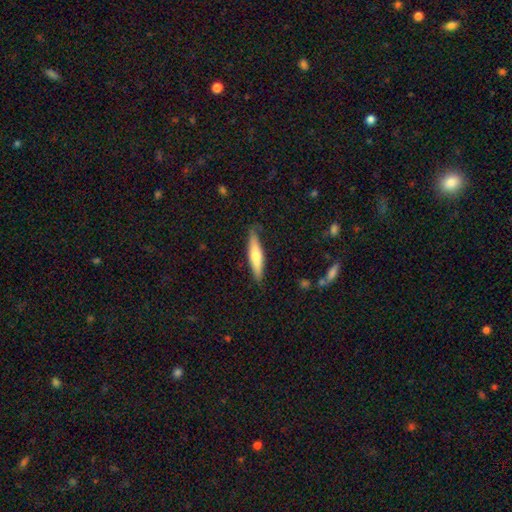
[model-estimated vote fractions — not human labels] A smooth galaxy with no disk features (59%) that is cigar-shaped (82%). Merging: none (84%).